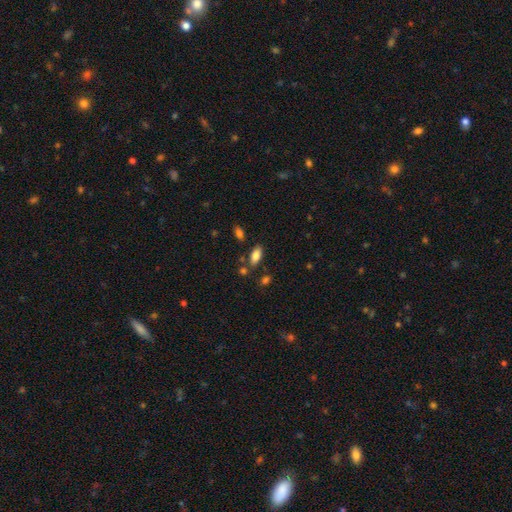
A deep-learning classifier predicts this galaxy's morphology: This appears to be a smooth galaxy with no disk features (82%) that is in between round and cigar-shaped (89%). Merging: none (77%).